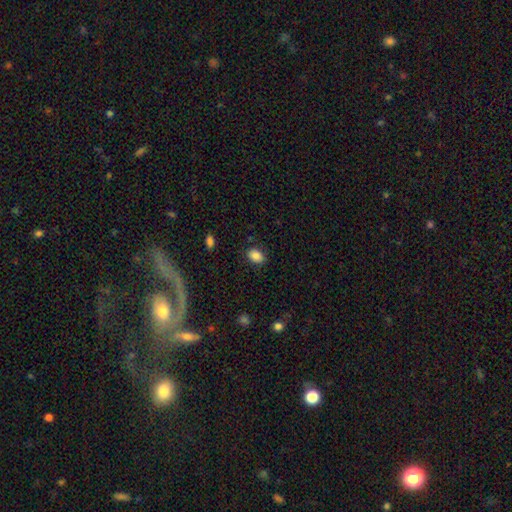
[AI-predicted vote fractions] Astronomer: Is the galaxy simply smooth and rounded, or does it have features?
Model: smooth — 86%.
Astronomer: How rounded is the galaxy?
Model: in between — 79%.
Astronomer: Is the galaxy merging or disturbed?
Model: none — 85%.